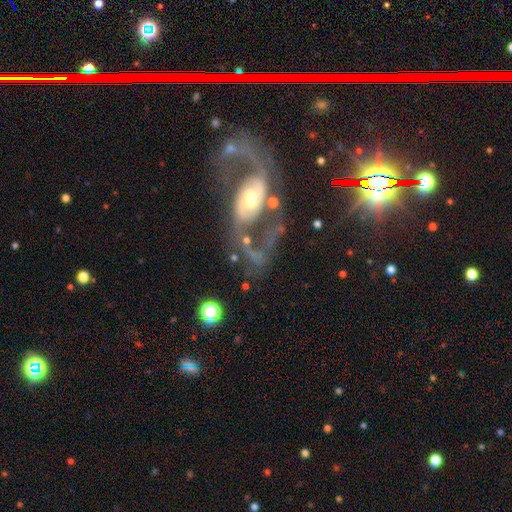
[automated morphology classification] type=featured or disk (70%); edge-on=no (94%); bar=no (60%); spiral arms=yes (71%); bulge=moderate (55%); merging=none (36%).